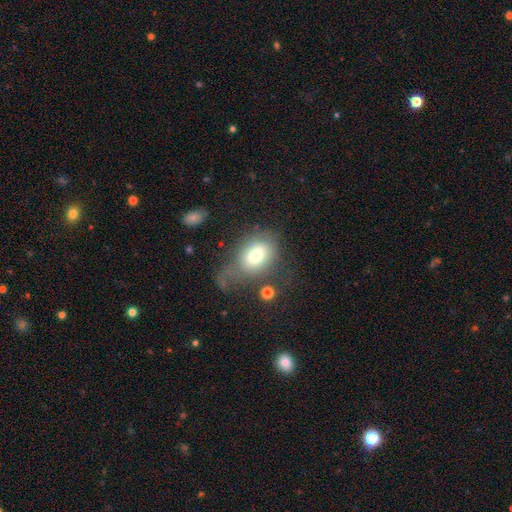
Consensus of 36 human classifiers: smooth_or_featured: smooth (p=0.89) [alt: featured or disk p=0.08]
how_rounded: in between (p=0.78) [alt: round p=0.22]
merging: major disturbance (p=0.54) [alt: minor disturbance p=0.31]